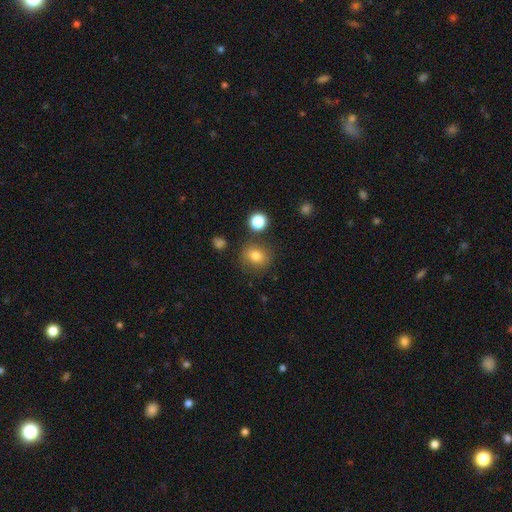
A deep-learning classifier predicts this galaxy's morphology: Smooth or featured?
  - smooth: 79% *
  - star or artifact: 13%
  - featured or disk: 9%
How rounded?
  - round: 73% *
  - in between: 26%
  - cigar-shaped: 1%
Merging?
  - none: 80% *
  - minor disturbance: 11%
  - merger: 5%
  - major disturbance: 4%